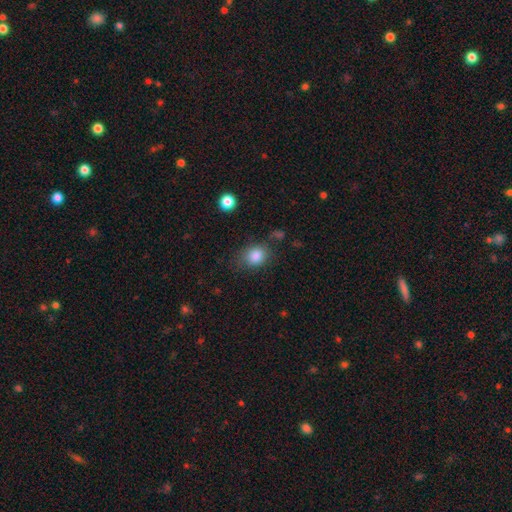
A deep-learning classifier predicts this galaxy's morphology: smooth-or-featured: smooth: 85% | star or artifact: 9% | featured or disk: 6%
  how-rounded: in between: 49% (tied) | round: 49% (tied) | cigar-shaped: 1%
  merging: none: 68% | minor disturbance: 20% | major disturbance: 8% | merger: 3%